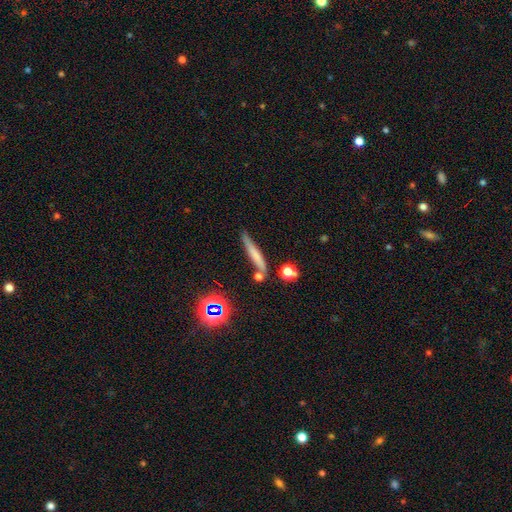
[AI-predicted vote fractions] Q: Smooth or featured?
A: smooth (60%); runner-up: featured or disk (28%)
Q: How rounded?
A: cigar-shaped (90%); runner-up: in between (6%)
Q: Merging?
A: none (72%); runner-up: minor disturbance (15%)